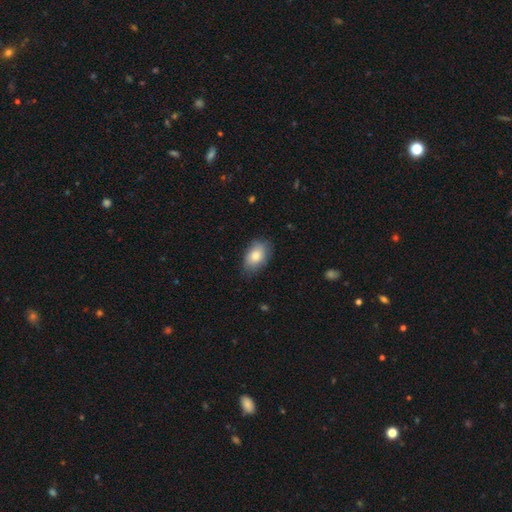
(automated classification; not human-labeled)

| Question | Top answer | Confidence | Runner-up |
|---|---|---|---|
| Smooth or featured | smooth | 82% | featured or disk (12%) |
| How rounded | in between | 91% | round (8%) |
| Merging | none | 79% | minor disturbance (17%) |